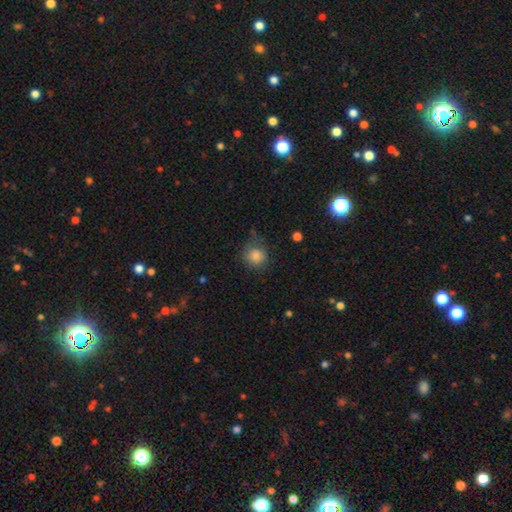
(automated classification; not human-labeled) A smooth galaxy with no disk features (83%) that is round (88%).

Vote fractions:
- Smooth or featured? smooth: 83% / star or artifact: 11% / featured or disk: 6%
- How rounded? round: 88% / in between: 11% / cigar-shaped: 1%
- Merging? none: 65% / minor disturbance: 23% / major disturbance: 9% / merger: 2%